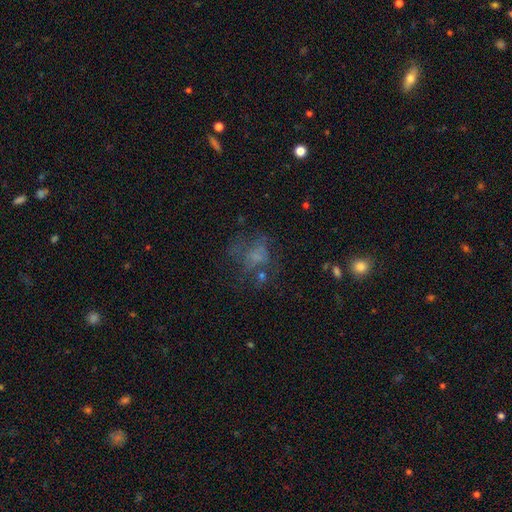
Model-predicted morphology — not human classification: type=featured or disk (40%); merging=none (46%).